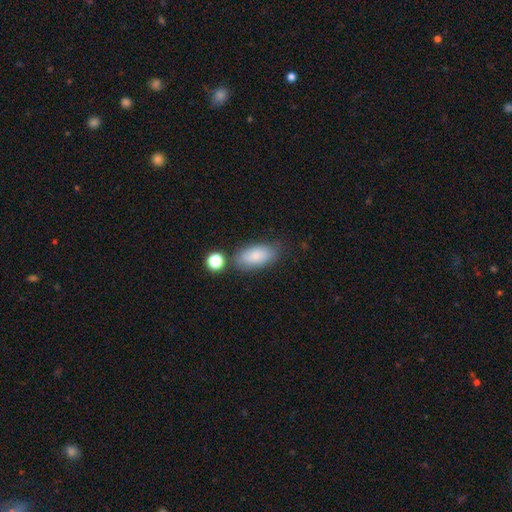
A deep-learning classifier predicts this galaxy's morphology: Overall: smooth (84%). How rounded: in between (91%). Merging: none (71%).